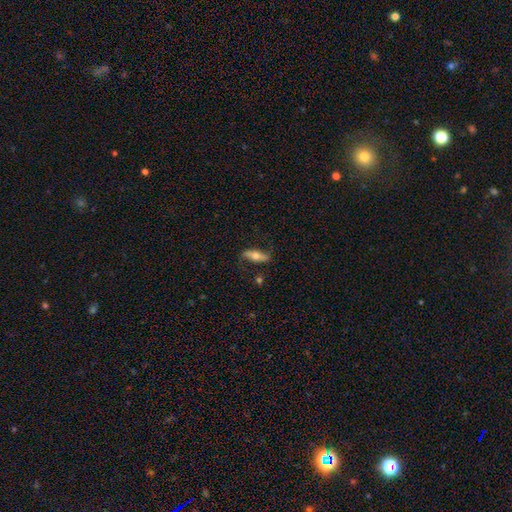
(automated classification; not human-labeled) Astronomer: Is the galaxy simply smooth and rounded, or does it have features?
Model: featured or disk — 48% (runner-up: smooth, 45%).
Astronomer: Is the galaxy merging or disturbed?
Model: none — 75%.